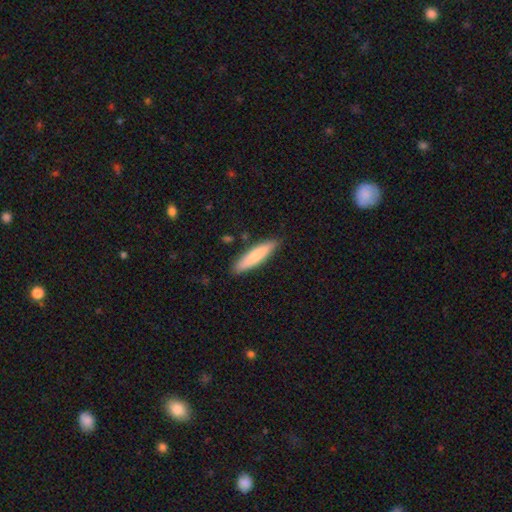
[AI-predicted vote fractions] Smooth or featured? smooth (77%)
How rounded? cigar-shaped (80%)
Merging? none (86%)